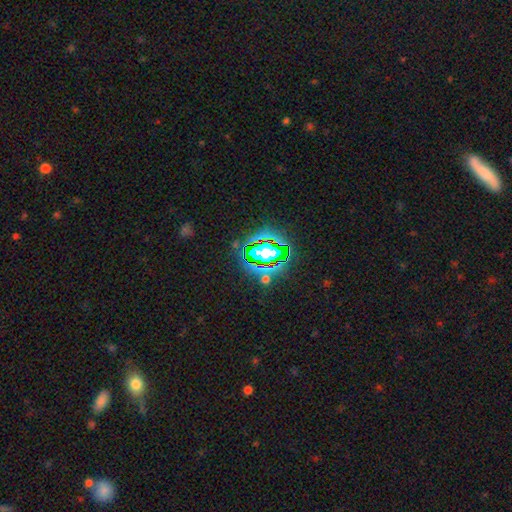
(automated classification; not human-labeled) Smooth or featured? Predicted: star or artifact (p=0.72).